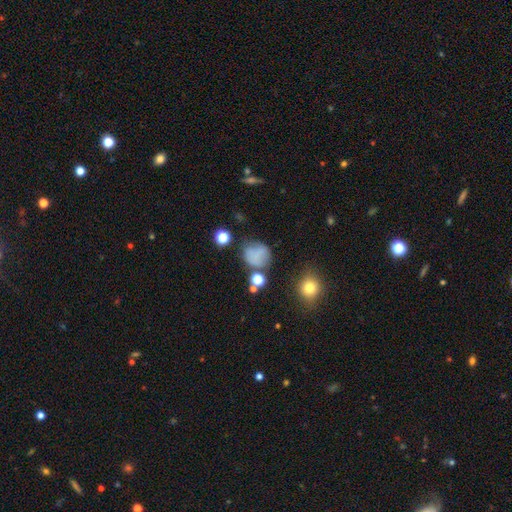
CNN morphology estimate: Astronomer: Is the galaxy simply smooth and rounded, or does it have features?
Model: smooth — 72%.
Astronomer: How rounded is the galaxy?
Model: round — 74%.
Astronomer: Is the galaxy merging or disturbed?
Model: none — 53%.